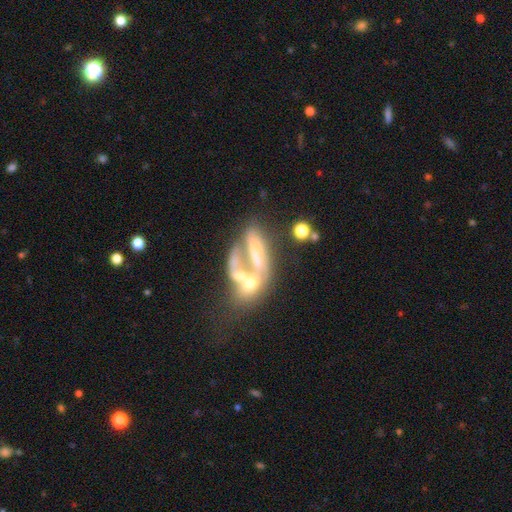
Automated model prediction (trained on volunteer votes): featured or disk 60%, smooth 25%, star or artifact 14%. Down the decision tree: edge-on disk — no (90%); bar — no (74%); spiral arms — no (82%); bulge size — none (38%); merging — merger (60%).